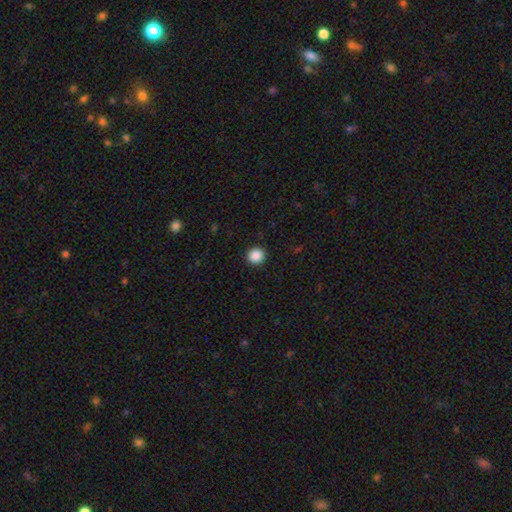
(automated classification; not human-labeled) A smooth galaxy with no disk features (88%) that is round (91%).

Vote fractions:
- Smooth or featured? smooth: 88% / star or artifact: 10% / featured or disk: 2%
- How rounded? round: 91% / in between: 8% / cigar-shaped: 1%
- Merging? none: 93% / minor disturbance: 5% / major disturbance: 2% / merger: 1%